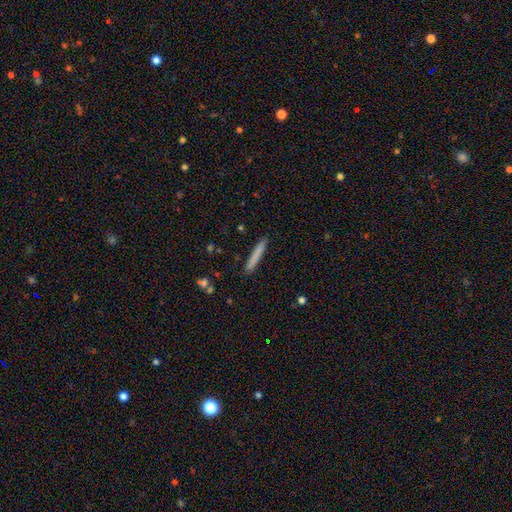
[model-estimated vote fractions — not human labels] This is likely a smooth galaxy (77%). How rounded: clearly cigar-shaped (96%). Merging: clearly none (90%).